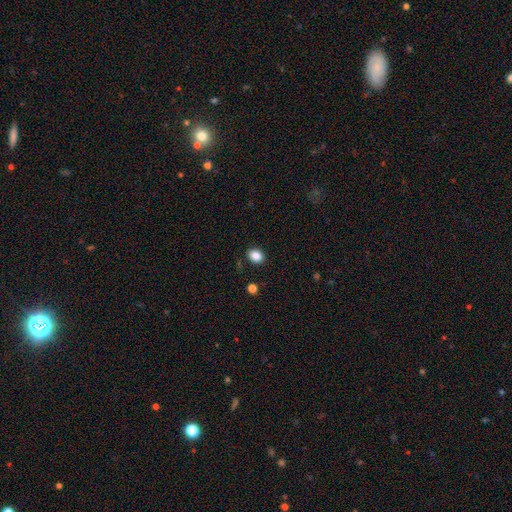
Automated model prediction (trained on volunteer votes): A smooth galaxy with no disk features (86%) that is in between round and cigar-shaped (63%).

Vote fractions:
- Smooth or featured? smooth: 86% / star or artifact: 10% / featured or disk: 4%
- How rounded? in between: 63% / round: 36% / cigar-shaped: 1%
- Merging? none: 87% / minor disturbance: 9% / major disturbance: 2% / merger: 2%